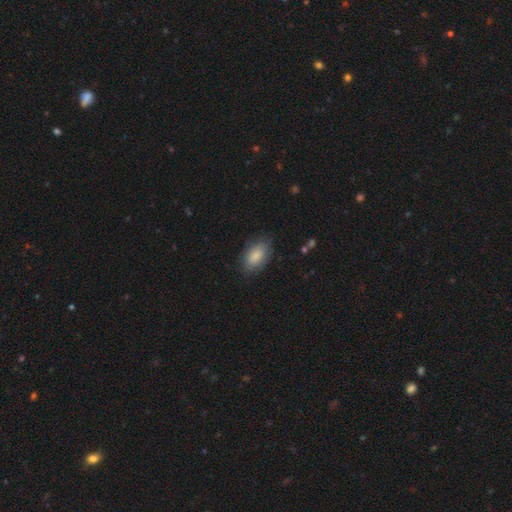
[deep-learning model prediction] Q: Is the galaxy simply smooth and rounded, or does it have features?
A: smooth — 84%.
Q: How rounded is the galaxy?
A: in between — 93%.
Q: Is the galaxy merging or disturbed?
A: none — 79%.